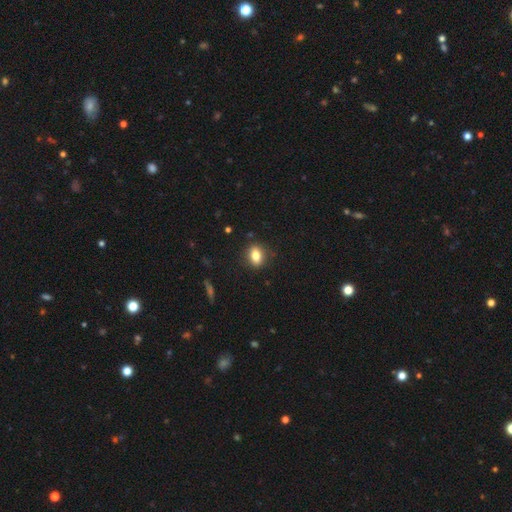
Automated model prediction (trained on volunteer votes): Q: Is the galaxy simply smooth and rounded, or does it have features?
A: smooth — 79%.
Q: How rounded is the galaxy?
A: in between — 68%.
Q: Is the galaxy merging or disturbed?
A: none — 87%.